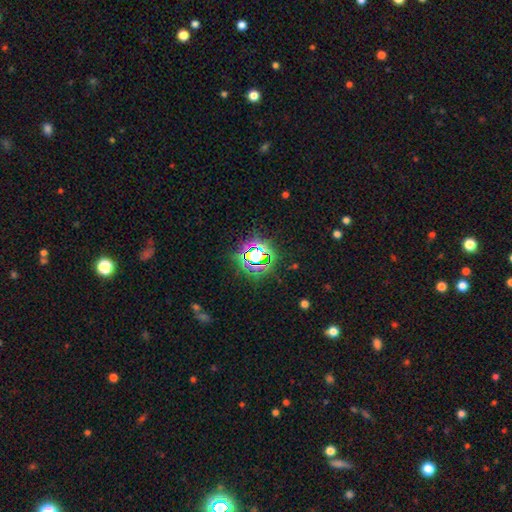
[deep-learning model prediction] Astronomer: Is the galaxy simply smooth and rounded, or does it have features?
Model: star or artifact — 70%.